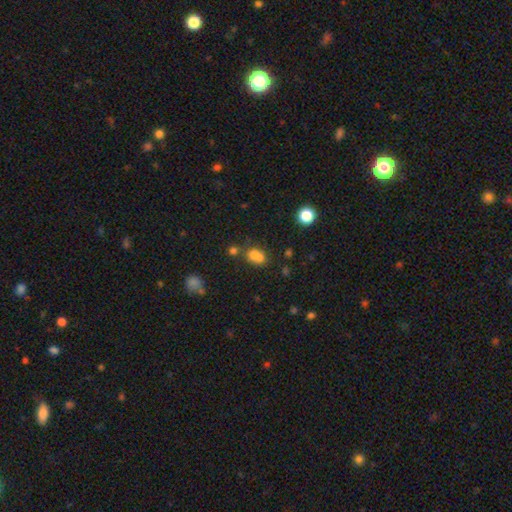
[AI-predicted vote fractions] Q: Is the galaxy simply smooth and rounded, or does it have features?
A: smooth — 74%.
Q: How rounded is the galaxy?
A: in between — 59%.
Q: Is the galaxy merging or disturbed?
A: merger — 40%.